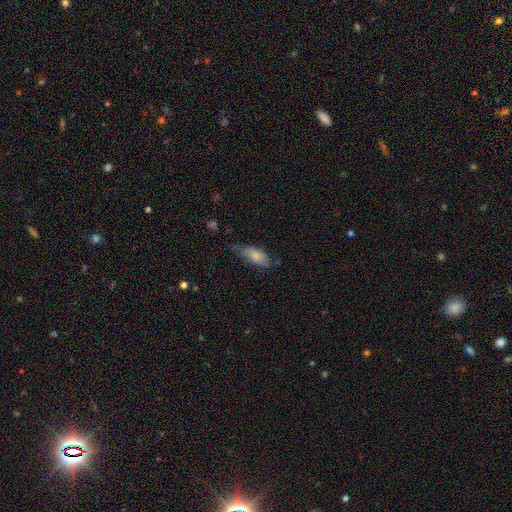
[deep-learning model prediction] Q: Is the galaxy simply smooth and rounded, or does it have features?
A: smooth — 74%.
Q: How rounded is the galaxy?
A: in between — 79%.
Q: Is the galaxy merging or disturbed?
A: none — 44%.